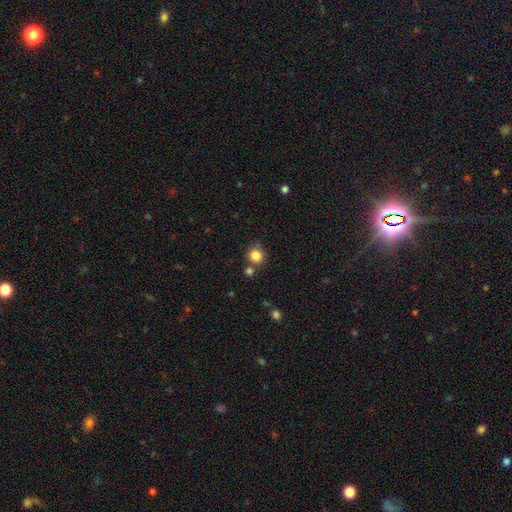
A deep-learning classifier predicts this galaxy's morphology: Overall: smooth (84%). How rounded: round (91%). Merging: none (72%).